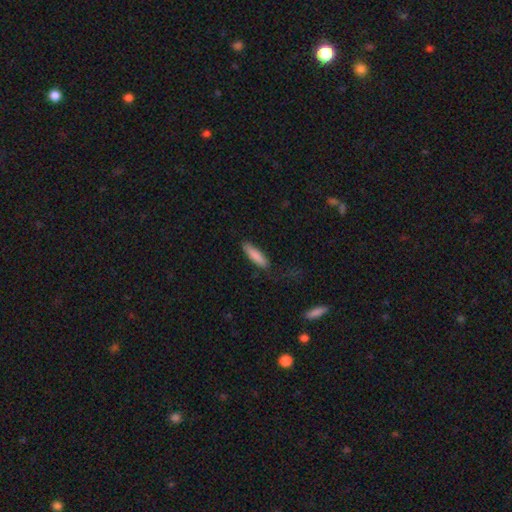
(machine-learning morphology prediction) smooth_or_featured: smooth (p=0.85) [alt: featured or disk p=0.09]
how_rounded: cigar-shaped (p=0.72) [alt: in between p=0.27]
merging: none (p=0.75) [alt: minor disturbance p=0.19]